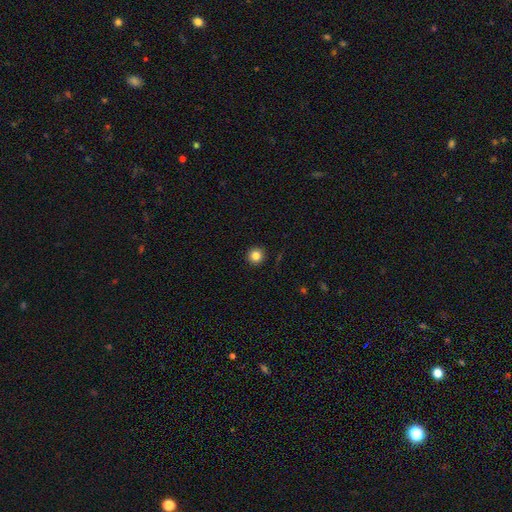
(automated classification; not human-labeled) smooth 84%, star or artifact 11%, featured or disk 5%. Down the decision tree: how rounded — round (96%); merging — none (93%).